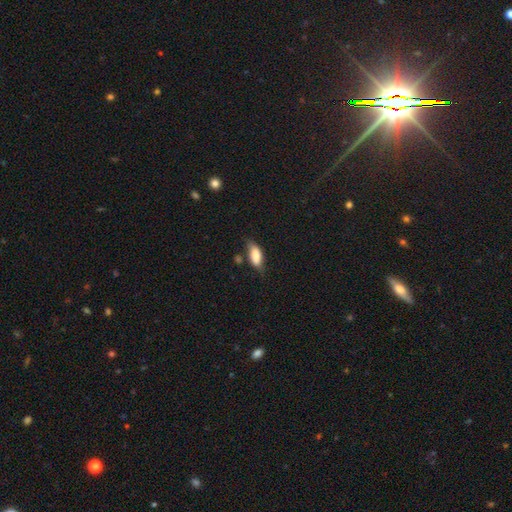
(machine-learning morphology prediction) A smooth galaxy with no disk features (78%) that is in between round and cigar-shaped (83%).

Vote fractions:
- Smooth or featured? smooth: 78% / featured or disk: 15% / star or artifact: 7%
- How rounded? in between: 83% / cigar-shaped: 15% / round: 3%
- Merging? none: 58% / minor disturbance: 28% / major disturbance: 7% / merger: 7%